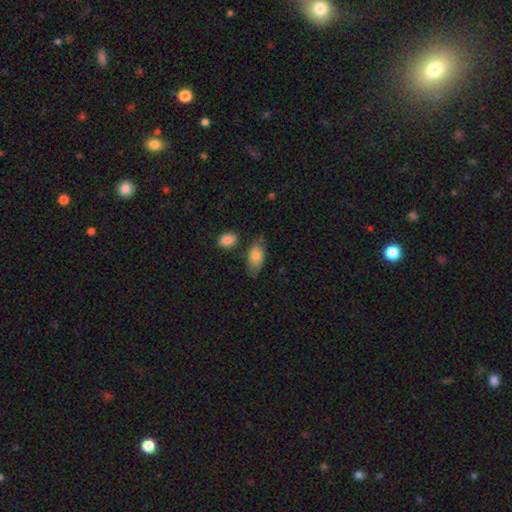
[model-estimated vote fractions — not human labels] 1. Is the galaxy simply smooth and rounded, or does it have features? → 75% smooth, 18% featured or disk, 7% star or artifact.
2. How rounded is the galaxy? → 90% in between, 6% round, 4% cigar-shaped.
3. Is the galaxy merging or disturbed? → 64% none, 23% minor disturbance, 6% merger, 6% major disturbance.